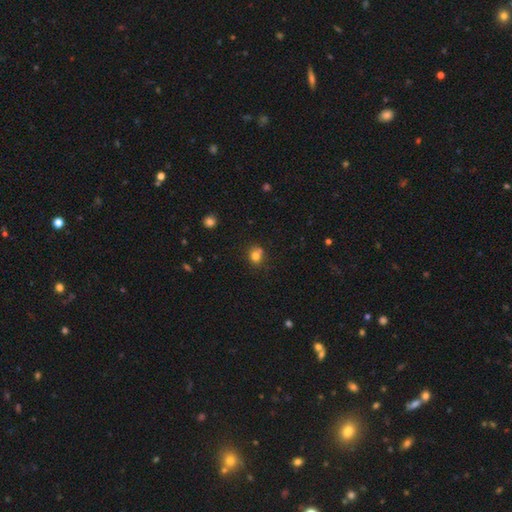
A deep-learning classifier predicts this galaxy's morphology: This appears to be a smooth galaxy with no disk features (77%) that is round (72%). Merging: none (57%).